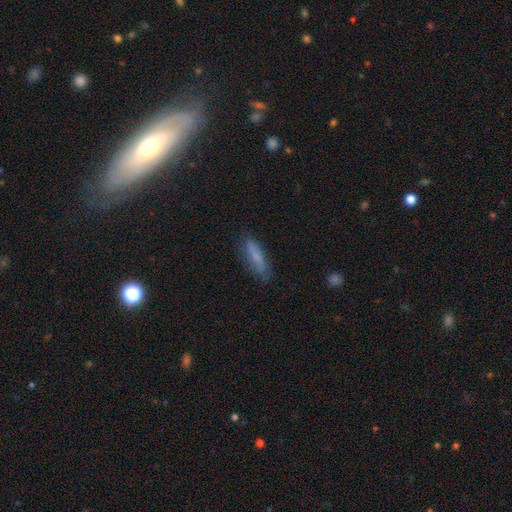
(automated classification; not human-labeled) smooth-or-featured: smooth: 71% | featured or disk: 21% | star or artifact: 8%
  how-rounded: cigar-shaped: 68% | in between: 30% | round: 2%
  merging: none: 71% | minor disturbance: 21% | major disturbance: 6% | merger: 2%